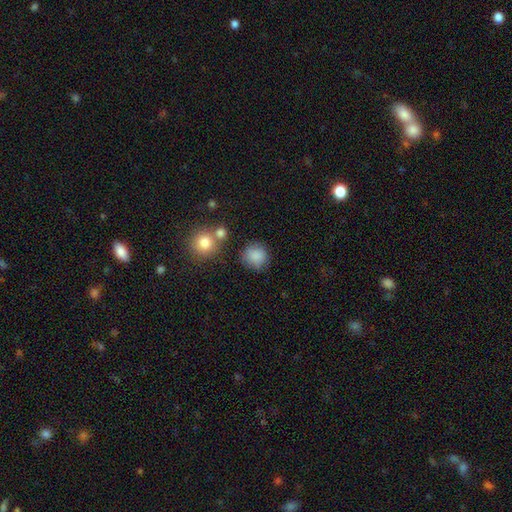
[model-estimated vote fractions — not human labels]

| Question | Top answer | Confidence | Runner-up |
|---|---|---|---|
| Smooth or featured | smooth | 86% | star or artifact (9%) |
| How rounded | round | 91% | in between (8%) |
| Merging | none | 76% | minor disturbance (14%) |